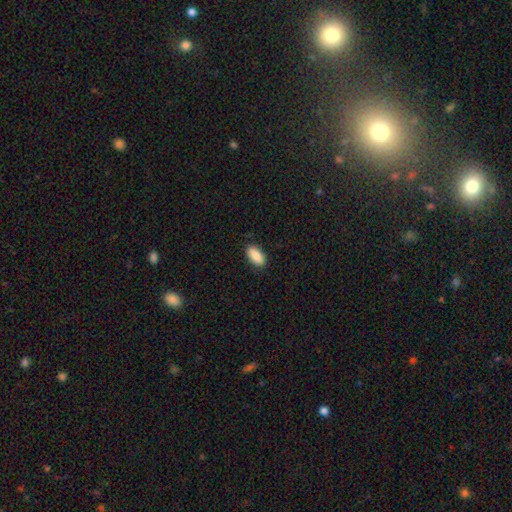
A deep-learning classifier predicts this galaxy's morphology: The model was most divided on "merging": none: 88%, minor disturbance: 9%, major disturbance: 2%, merger: 1%. More confident: how rounded — in between (90%); smooth or featured — smooth (90%).